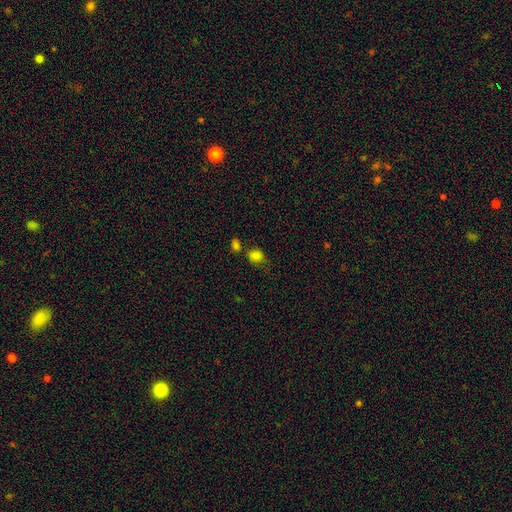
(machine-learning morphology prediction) smooth 79%, star or artifact 15%, featured or disk 6%. Down the decision tree: how rounded — round (59%); merging — none (55%).